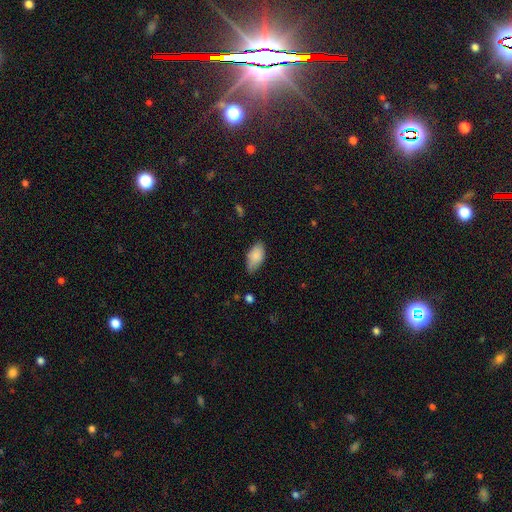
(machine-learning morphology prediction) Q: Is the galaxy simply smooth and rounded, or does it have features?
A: smooth — 86%.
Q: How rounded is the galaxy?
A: in between — 94%.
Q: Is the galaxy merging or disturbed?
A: none — 64%.